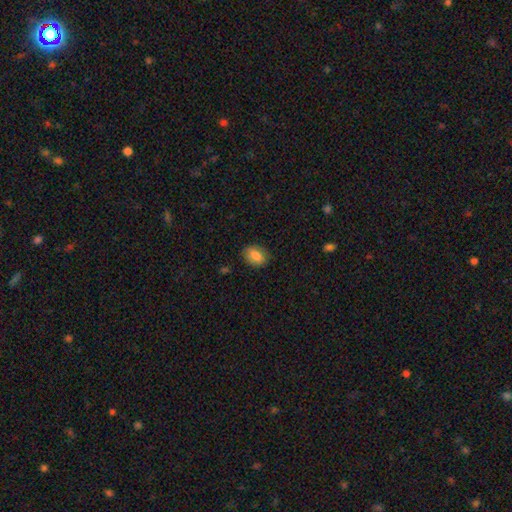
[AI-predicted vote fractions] Overall: smooth (82%). How rounded: in between (74%). Merging: none (83%).